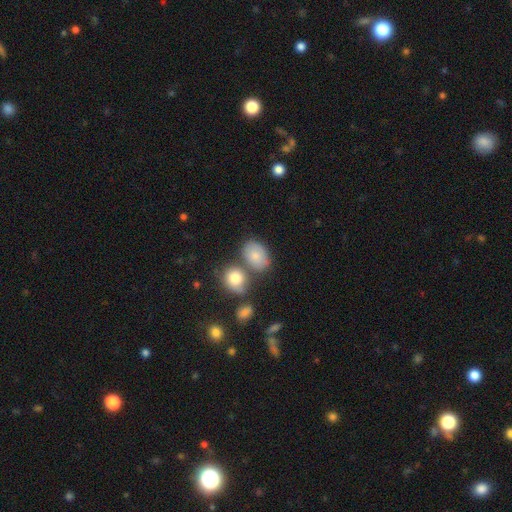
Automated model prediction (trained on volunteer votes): Smooth or featured? smooth (79%)
How rounded? in between (71%)
Merging? none (54%)